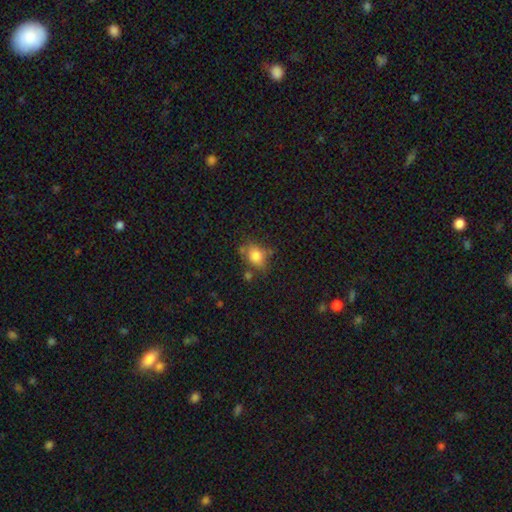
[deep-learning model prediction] smooth-or-featured: smooth: 78% | featured or disk: 11% | star or artifact: 10%
  how-rounded: in between: 63% | round: 36% | cigar-shaped: 2%
  merging: none: 58% | minor disturbance: 24% | merger: 10% | major disturbance: 8%